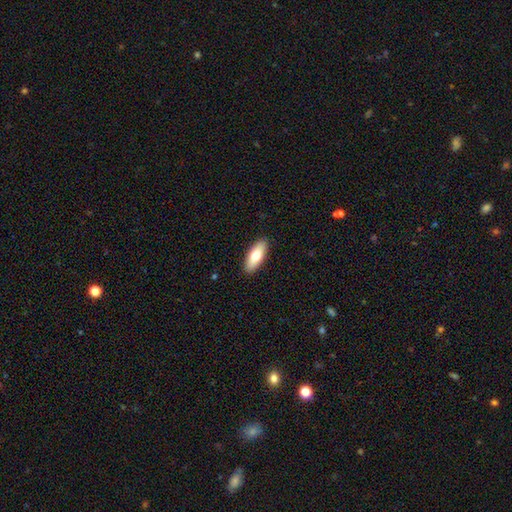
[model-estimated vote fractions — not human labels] A smooth galaxy with no disk features (73%) that is in between round and cigar-shaped (74%). Merging: none (91%).